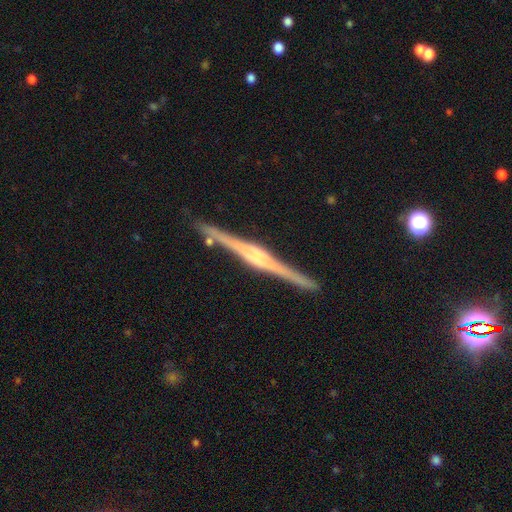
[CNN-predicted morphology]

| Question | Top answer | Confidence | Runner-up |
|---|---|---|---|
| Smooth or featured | featured or disk | 89% | smooth (7%) |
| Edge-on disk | yes | 99% | no (1%) |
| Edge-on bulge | rounded | 64% | boxy (26%) |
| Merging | none | 90% | minor disturbance (7%) |